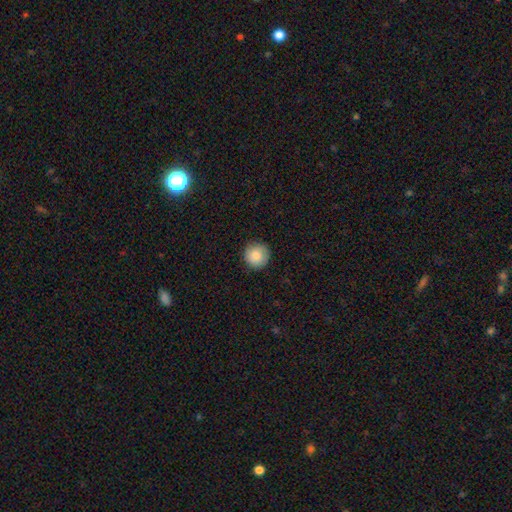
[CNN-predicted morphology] Overall: smooth (87%). How rounded: round (96%). Merging: none (90%).